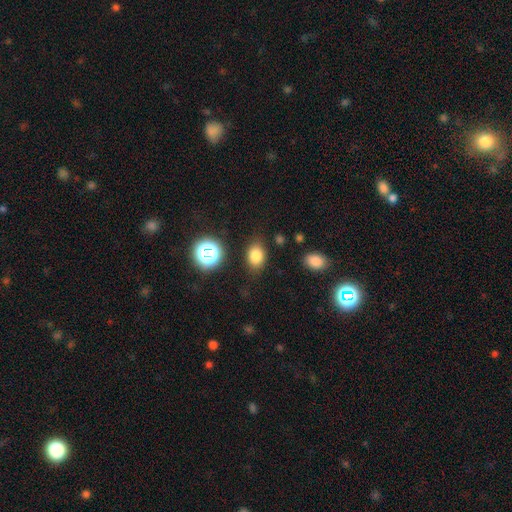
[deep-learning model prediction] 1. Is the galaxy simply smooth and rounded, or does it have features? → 80% smooth, 13% star or artifact, 7% featured or disk.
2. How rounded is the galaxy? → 70% in between, 29% round, 1% cigar-shaped.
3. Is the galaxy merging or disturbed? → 81% none, 12% minor disturbance, 4% major disturbance, 2% merger.